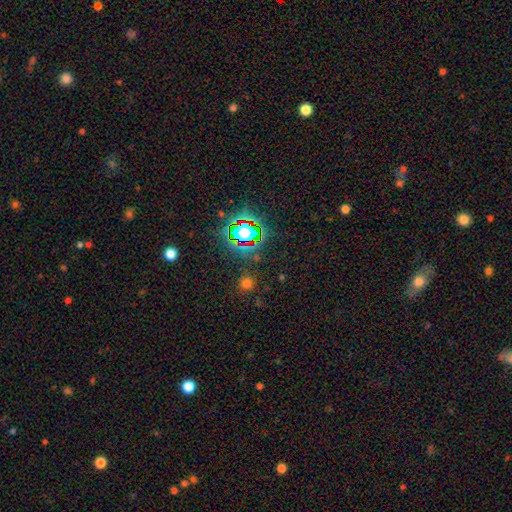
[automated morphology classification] Q: Smooth or featured?
A: star or artifact (74%); runner-up: smooth (17%)